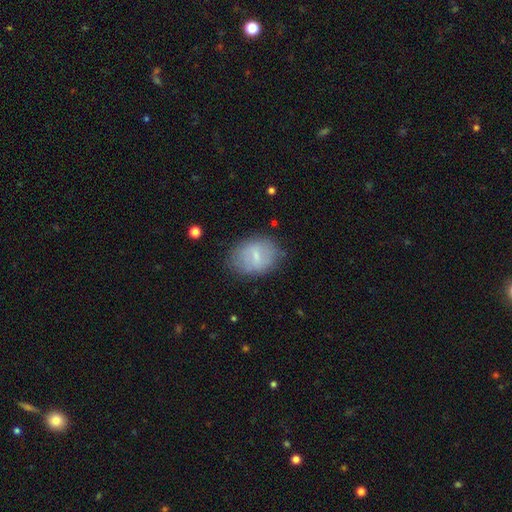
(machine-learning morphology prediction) type=smooth (53%); roundness=in between (64%); merging=none (77%).